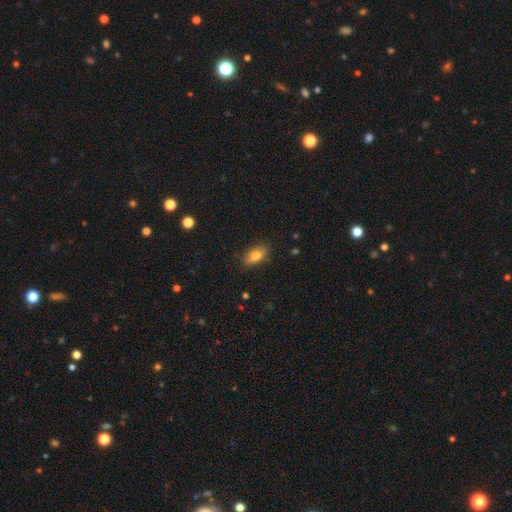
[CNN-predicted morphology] Smooth or featured? smooth (76%)
How rounded? in between (84%)
Merging? none (83%)